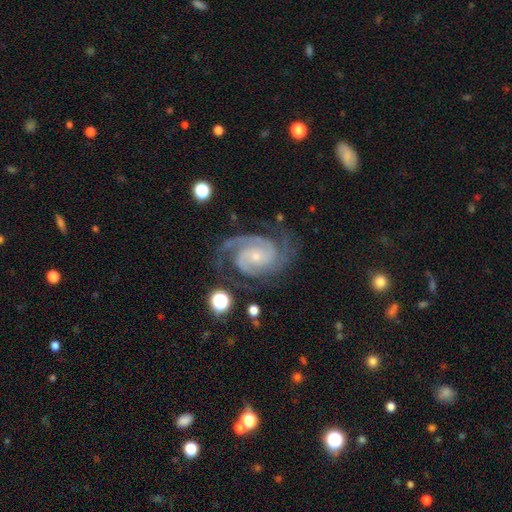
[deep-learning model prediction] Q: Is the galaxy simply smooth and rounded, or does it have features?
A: featured or disk — 92%.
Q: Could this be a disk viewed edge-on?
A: no — 98%.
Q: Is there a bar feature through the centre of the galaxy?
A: no — 62%.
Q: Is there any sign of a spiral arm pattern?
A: yes — 99%.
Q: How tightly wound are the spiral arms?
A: tight — 57%.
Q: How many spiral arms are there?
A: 2 — 59%.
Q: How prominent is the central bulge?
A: small — 77%.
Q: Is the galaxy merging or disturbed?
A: none — 73%.